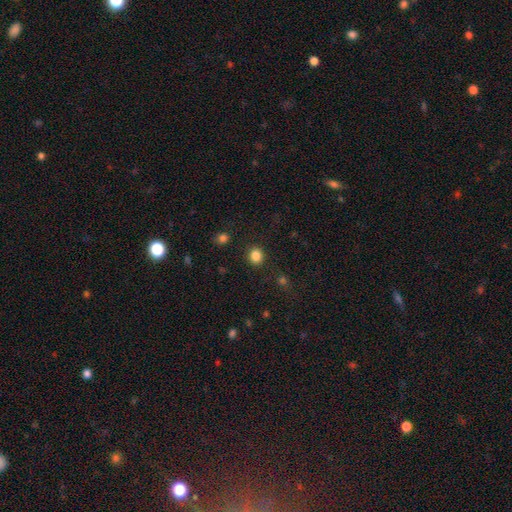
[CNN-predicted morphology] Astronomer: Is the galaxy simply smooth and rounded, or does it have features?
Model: smooth — 85%.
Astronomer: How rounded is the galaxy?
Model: round — 79%.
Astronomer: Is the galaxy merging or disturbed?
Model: none — 89%.